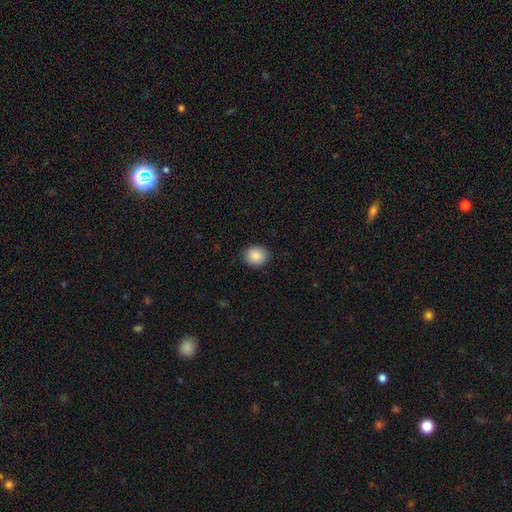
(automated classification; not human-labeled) Smooth or featured: smooth — 88% (star or artifact — 8%)
How rounded: round — 67% (in between — 32%)
Merging: none — 88% (minor disturbance — 9%)